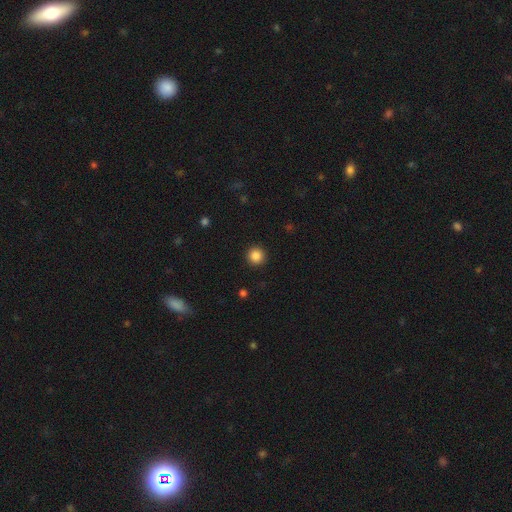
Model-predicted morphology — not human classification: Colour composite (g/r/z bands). It shows a smooth galaxy with no disk features (86%) that is round (96%). Merging: none (93%).